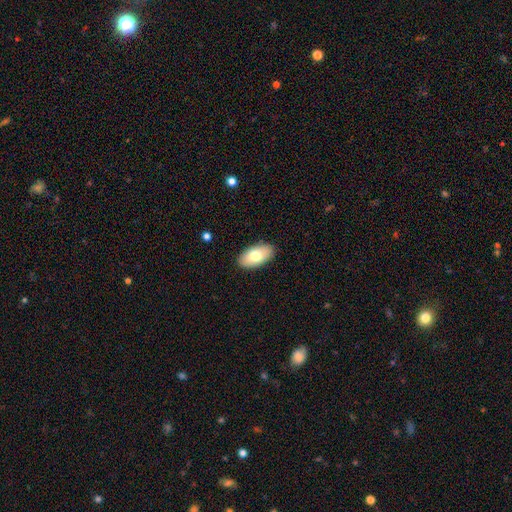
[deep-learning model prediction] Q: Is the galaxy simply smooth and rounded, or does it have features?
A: smooth — 75%.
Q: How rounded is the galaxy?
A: in between — 95%.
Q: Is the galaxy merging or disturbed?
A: none — 89%.